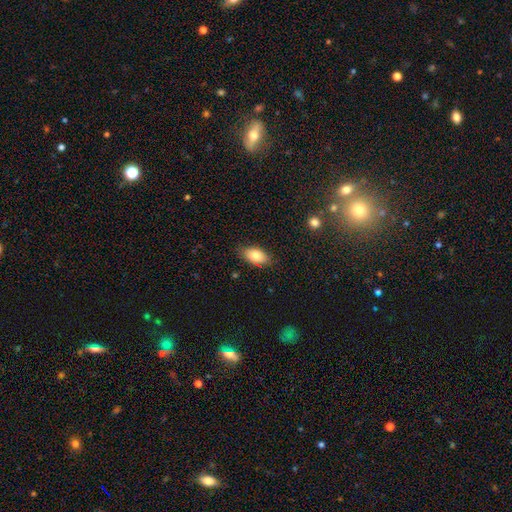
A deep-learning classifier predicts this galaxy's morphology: A smooth galaxy with no disk features (80%) that is in between round and cigar-shaped (91%). Merging: none (82%).